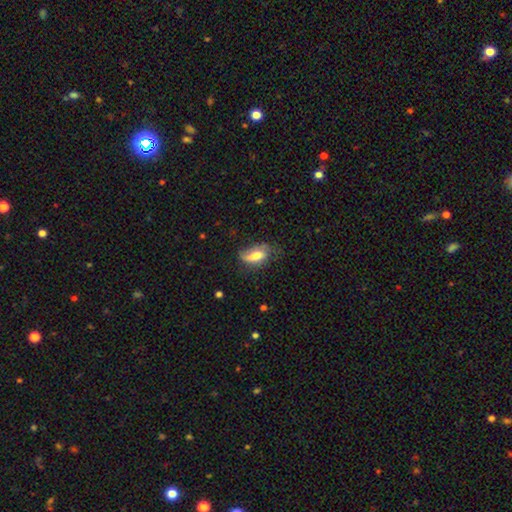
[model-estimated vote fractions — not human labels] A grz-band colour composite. It shows a smooth galaxy with no disk features (63%) that is in between round and cigar-shaped (87%). Merging: none (47%).